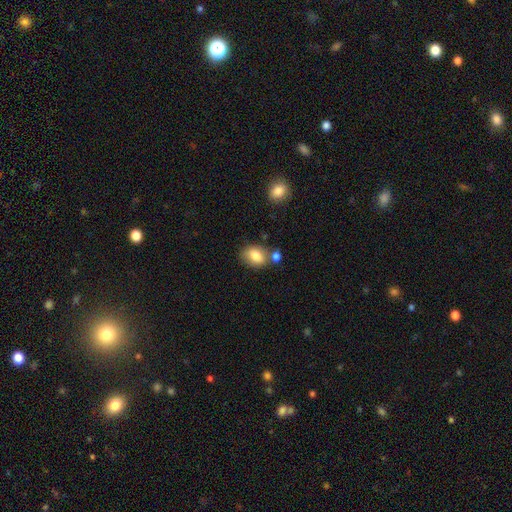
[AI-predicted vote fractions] This appears to be a smooth galaxy with no disk features (82%) that is in between round and cigar-shaped (72%). Merging: none (62%).